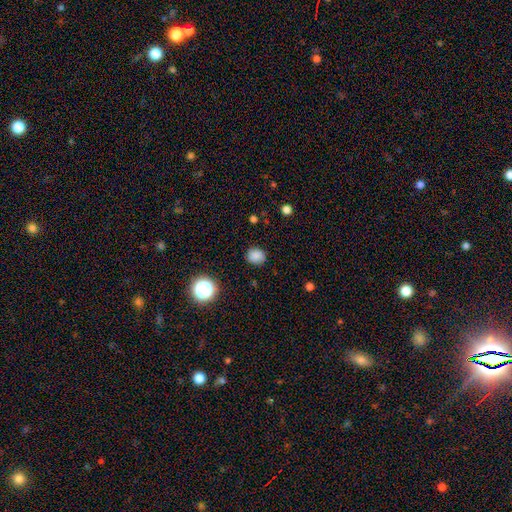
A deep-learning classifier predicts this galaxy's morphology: Q: Smooth or featured?
A: smooth (83%); runner-up: star or artifact (13%)
Q: How rounded?
A: round (75%); runner-up: in between (25%)
Q: Merging?
A: none (86%); runner-up: minor disturbance (10%)